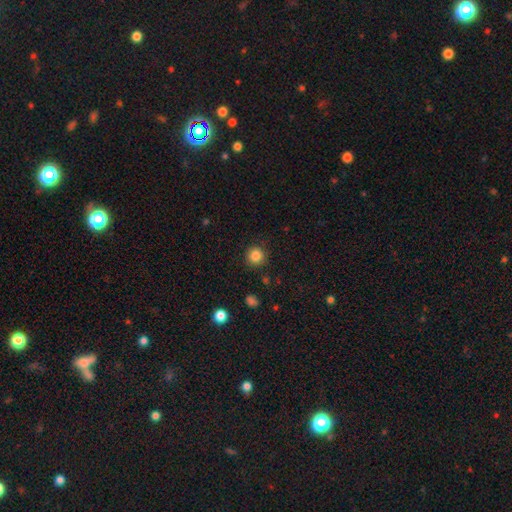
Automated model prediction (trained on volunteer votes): Morphology: type=smooth (84%); roundness=round (94%); merging=none (90%).